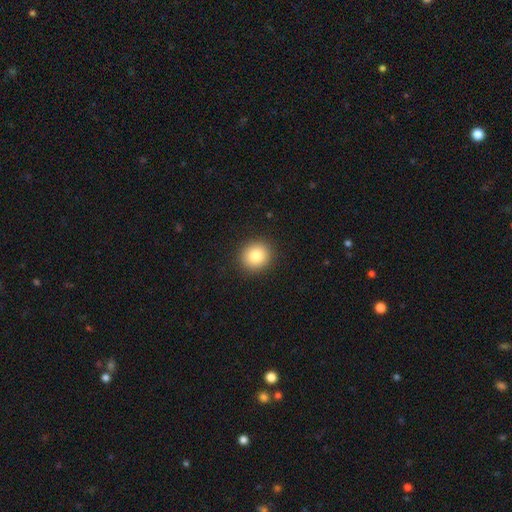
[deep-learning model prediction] A smooth galaxy with no disk features (84%) that is round (86%).

Vote fractions:
- Smooth or featured? smooth: 84% / star or artifact: 9% / featured or disk: 6%
- How rounded? round: 86% / in between: 13% / cigar-shaped: 1%
- Merging? none: 91% / minor disturbance: 6% / major disturbance: 2% / merger: 1%